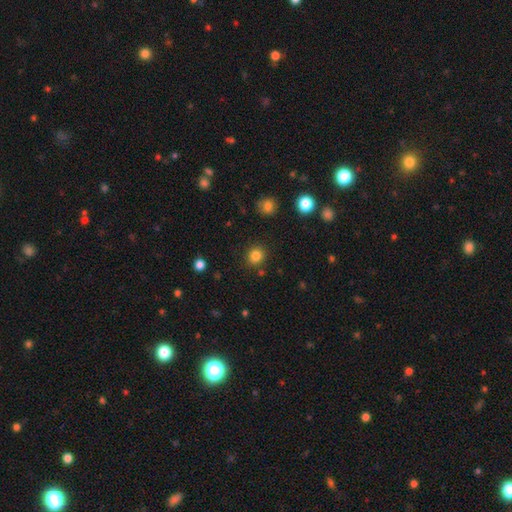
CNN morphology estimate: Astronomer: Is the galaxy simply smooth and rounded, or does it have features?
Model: smooth — 83%.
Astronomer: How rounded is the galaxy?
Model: round — 86%.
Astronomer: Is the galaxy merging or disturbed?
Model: none — 87%.